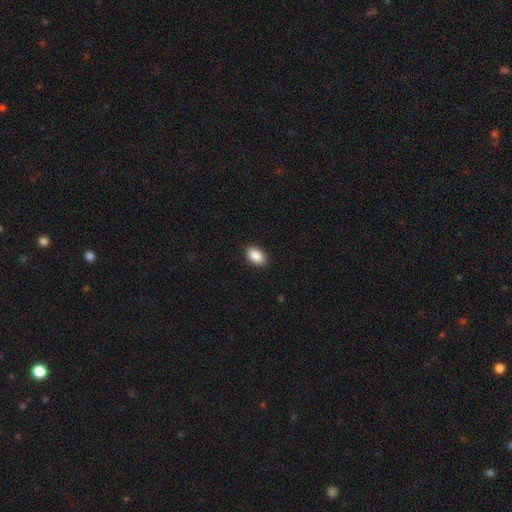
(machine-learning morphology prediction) Q: Smooth or featured?
A: smooth (89%); runner-up: star or artifact (7%)
Q: How rounded?
A: in between (90%); runner-up: round (8%)
Q: Merging?
A: none (90%); runner-up: minor disturbance (8%)